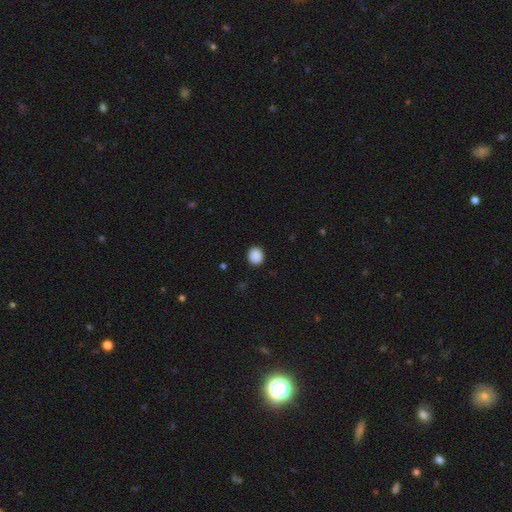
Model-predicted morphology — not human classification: This appears to be a smooth galaxy with no disk features (89%) that is round (79%). Merging: none (91%).